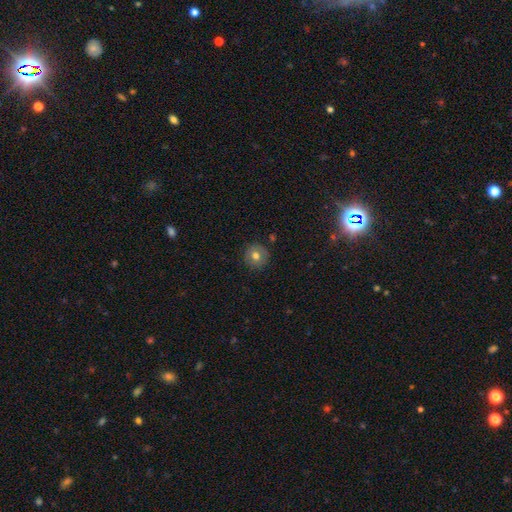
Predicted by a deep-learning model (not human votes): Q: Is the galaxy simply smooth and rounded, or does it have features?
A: smooth — 74%.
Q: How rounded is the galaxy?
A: round — 93%.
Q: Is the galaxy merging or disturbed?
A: none — 88%.